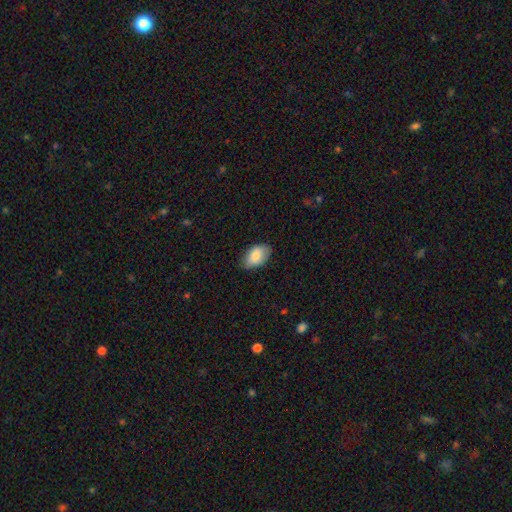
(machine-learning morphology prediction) smooth_or_featured: smooth (p=0.82) [alt: featured or disk p=0.11]
how_rounded: in between (p=0.91) [alt: round p=0.07]
merging: none (p=0.75) [alt: minor disturbance p=0.21]